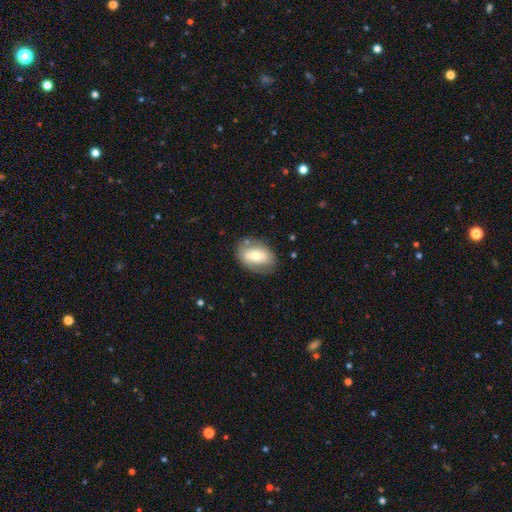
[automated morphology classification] smooth 56%, featured or disk 38%, star or artifact 7%. Down the decision tree: how rounded — in between (85%); merging — none (73%).